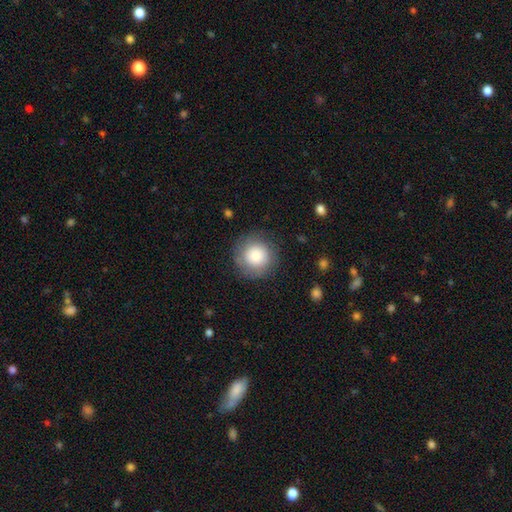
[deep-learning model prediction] This appears to be a smooth galaxy with no disk features (81%) that is round (95%). Merging: none (84%).